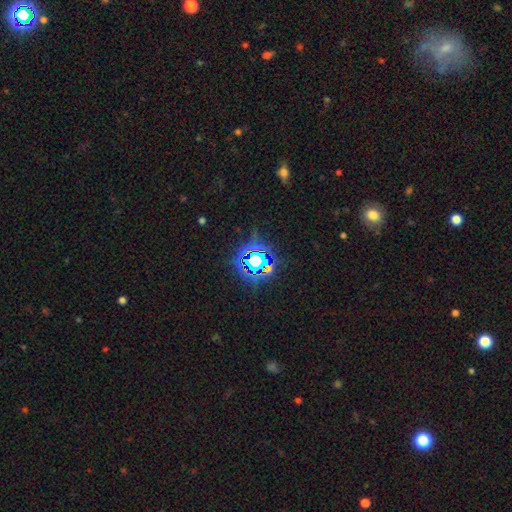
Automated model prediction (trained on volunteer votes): Q: Smooth or featured?
A: star or artifact (78%); runner-up: smooth (14%)